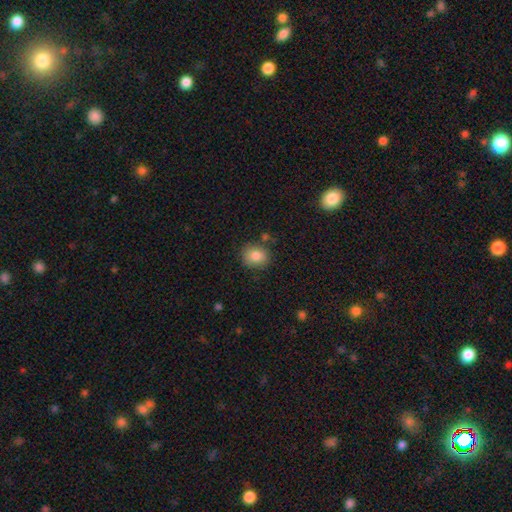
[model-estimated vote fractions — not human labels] This is clearly a smooth galaxy (84%). How rounded: likely round (71%). Merging: clearly none (80%).